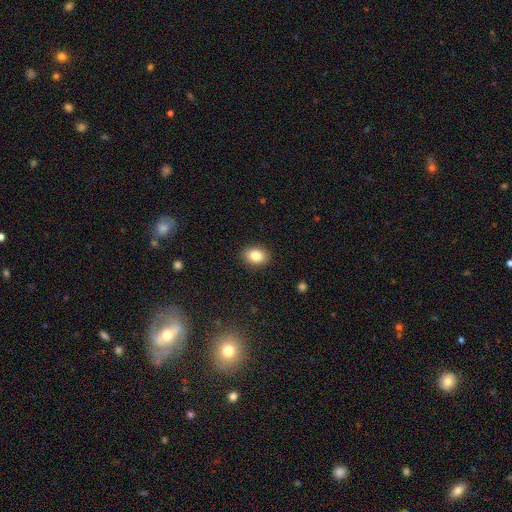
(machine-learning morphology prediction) type=smooth (85%); roundness=in between (72%); merging=none (89%).